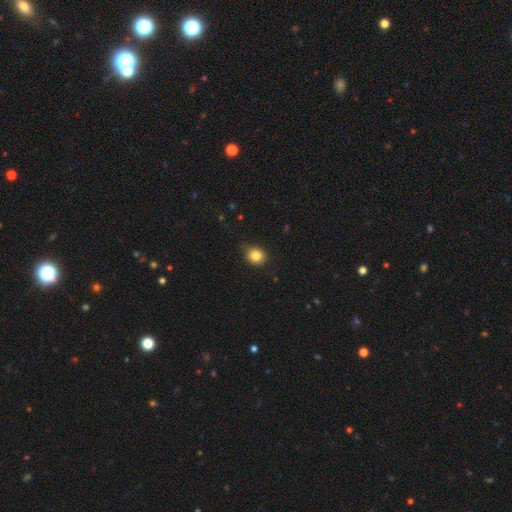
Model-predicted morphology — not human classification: type=smooth (84%); roundness=round (76%); merging=none (74%).